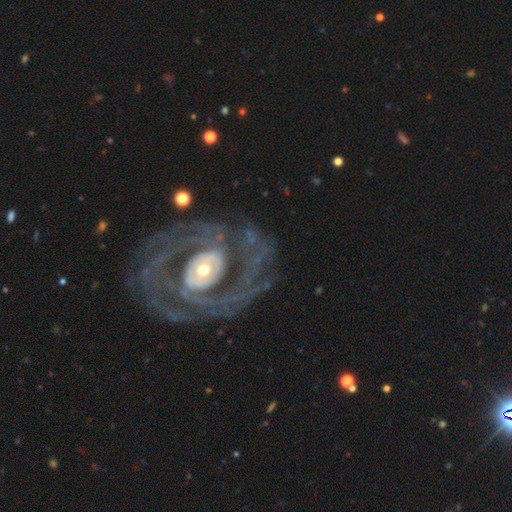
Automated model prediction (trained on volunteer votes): A featured or disk galaxy (89%) with no bar (40%), 2 (71%) tight (52%) spiral arms (92%) and a small central bulge (56%). Merging: none (74%).